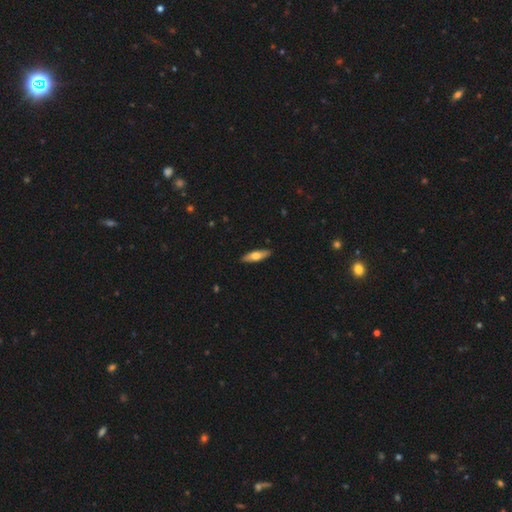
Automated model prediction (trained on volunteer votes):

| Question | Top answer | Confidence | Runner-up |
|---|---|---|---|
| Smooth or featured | smooth | 61% | featured or disk (34%) |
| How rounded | cigar-shaped | 56% | in between (41%) |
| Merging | none | 90% | minor disturbance (8%) |